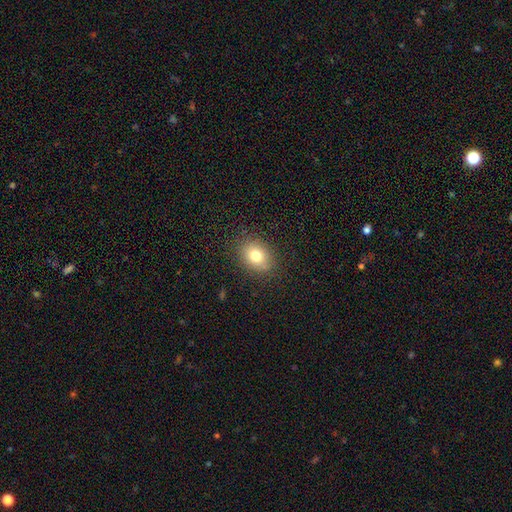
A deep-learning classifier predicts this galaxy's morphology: smooth 78%, star or artifact 11%, featured or disk 10%. Down the decision tree: how rounded — in between (55%); merging — none (85%).